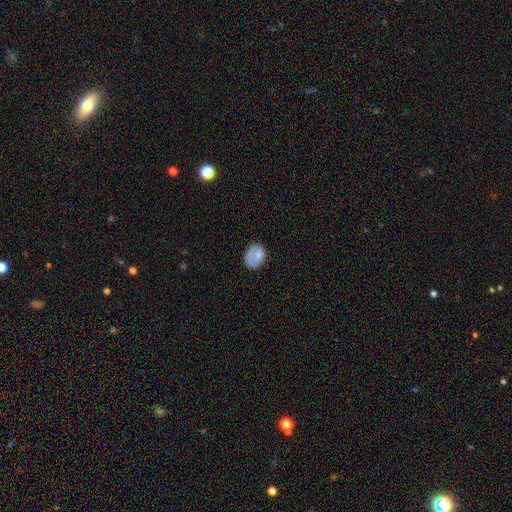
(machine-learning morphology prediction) This appears to be a smooth galaxy with no disk features (74%) that is in between round and cigar-shaped (69%). Merging: none (62%).